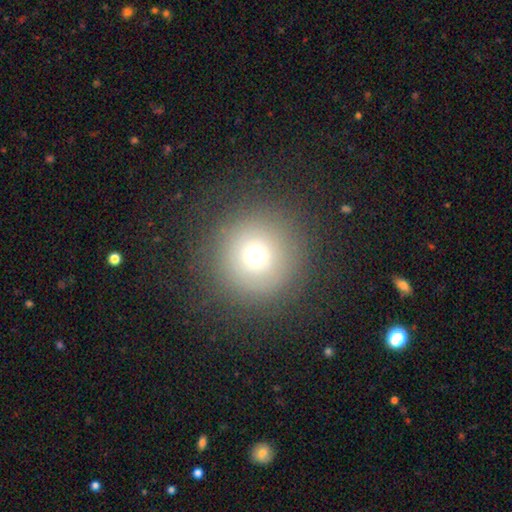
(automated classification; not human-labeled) smooth 68%, star or artifact 18%, featured or disk 14%. Down the decision tree: how rounded — round (96%); merging — none (85%).